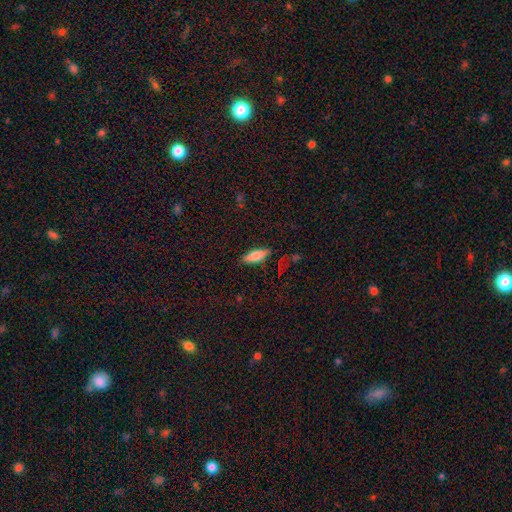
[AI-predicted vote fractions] Smooth or featured? smooth (73%)
How rounded? in between (54%)
Merging? none (80%)